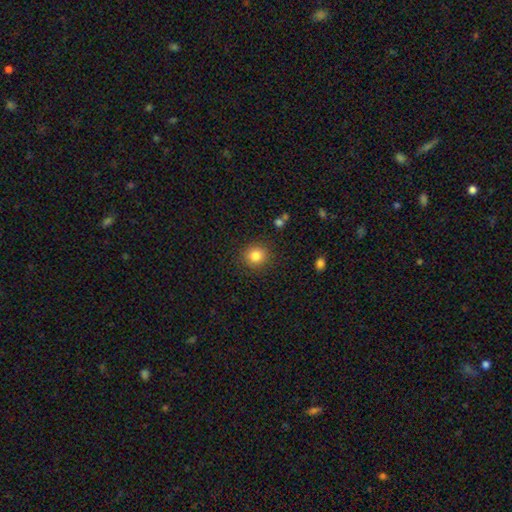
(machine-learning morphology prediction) smooth-or-featured: smooth: 83% | star or artifact: 11% | featured or disk: 6%
  how-rounded: round: 89% | in between: 10% | cigar-shaped: 1%
  merging: none: 88% | minor disturbance: 8% | major disturbance: 3% | merger: 2%